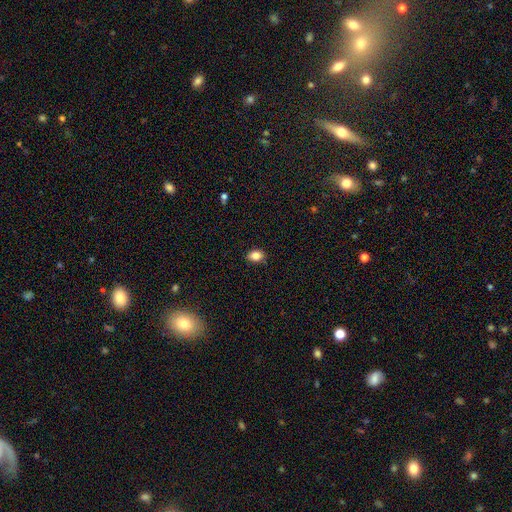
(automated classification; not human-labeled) A smooth galaxy with no disk features (84%) that is in between round and cigar-shaped (74%).

Vote fractions:
- Smooth or featured? smooth: 84% / star or artifact: 10% / featured or disk: 6%
- How rounded? in between: 74% / round: 25% / cigar-shaped: 1%
- Merging? none: 87% / minor disturbance: 10% / major disturbance: 2% / merger: 1%